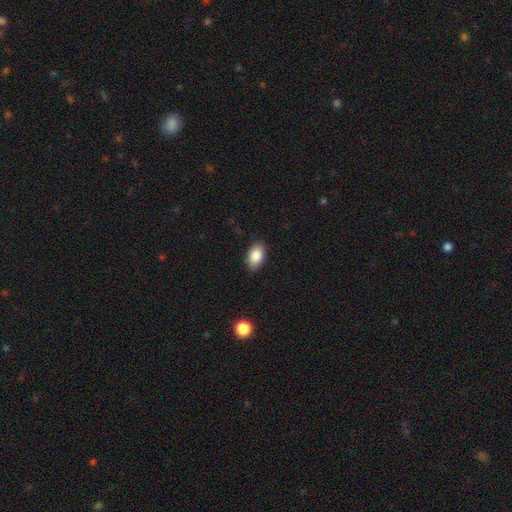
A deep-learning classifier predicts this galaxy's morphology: smooth_or_featured: smooth (p=0.86) [alt: star or artifact p=0.07]
how_rounded: in between (p=0.91) [alt: round p=0.07]
merging: none (p=0.87) [alt: minor disturbance p=0.10]